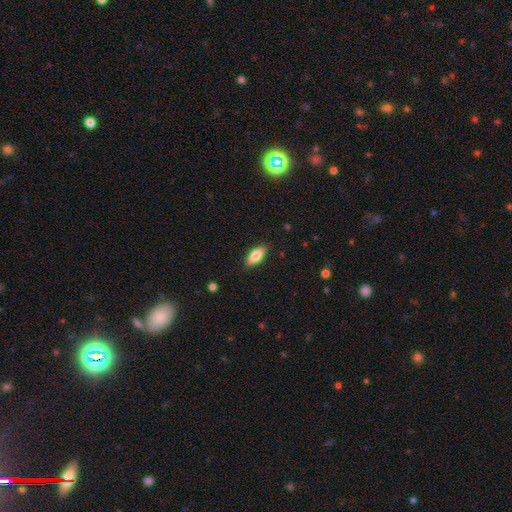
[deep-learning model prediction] Overall: smooth (80%). How rounded: in between (82%). Merging: none (88%).